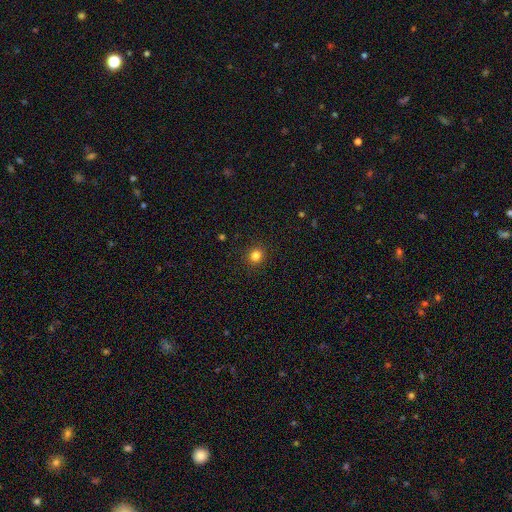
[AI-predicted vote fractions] smooth-or-featured: smooth: 82% | star or artifact: 13% | featured or disk: 5%
  how-rounded: round: 88% | in between: 11% | cigar-shaped: 1%
  merging: none: 92% | minor disturbance: 5% | major disturbance: 2% | merger: 1%